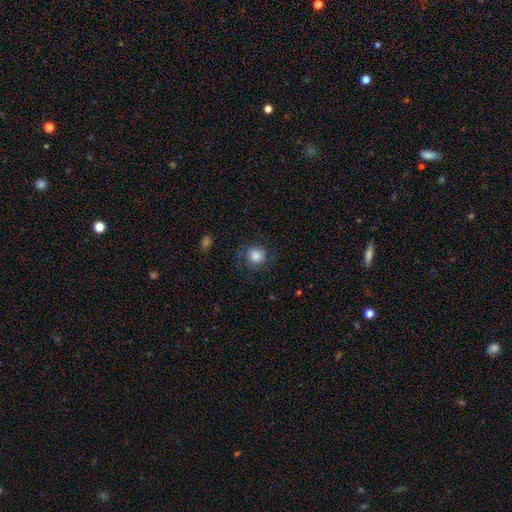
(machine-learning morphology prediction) Smooth or featured: smooth — 75% (featured or disk — 17%)
How rounded: round — 87% (in between — 12%)
Merging: none — 74% (minor disturbance — 16%)